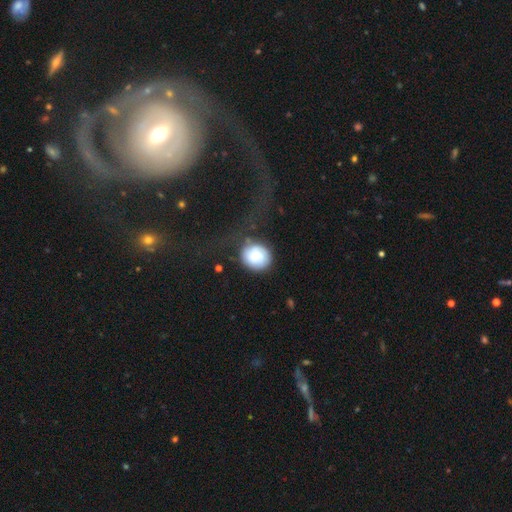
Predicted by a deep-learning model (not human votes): smooth 71%, featured or disk 22%, star or artifact 8%. Down the decision tree: how rounded — round (80%); merging — none (44%).